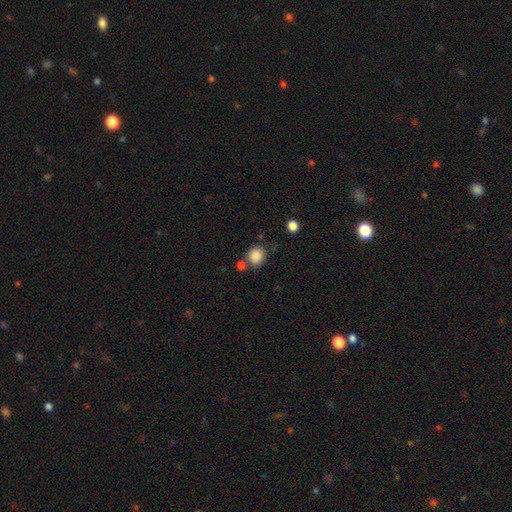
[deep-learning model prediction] This is clearly a smooth galaxy (87%). How rounded: likely round (77%). Merging: likely none (69%).